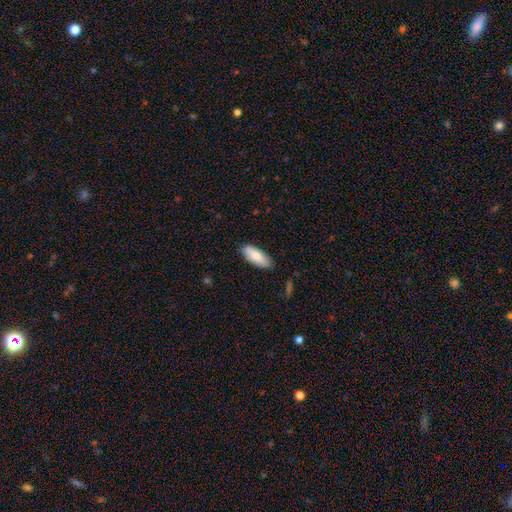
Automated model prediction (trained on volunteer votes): Smooth or featured: smooth — 75% (featured or disk — 19%)
How rounded: in between — 77% (cigar-shaped — 21%)
Merging: none — 82% (minor disturbance — 14%)